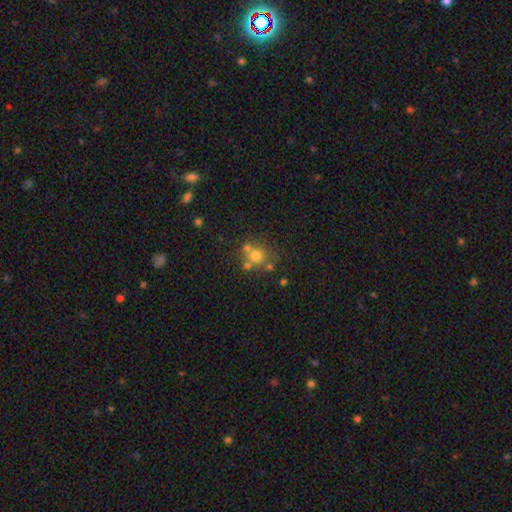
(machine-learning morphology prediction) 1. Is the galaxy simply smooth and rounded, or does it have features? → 66% smooth, 17% featured or disk, 17% star or artifact.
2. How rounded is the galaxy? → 85% round, 14% in between, 1% cigar-shaped.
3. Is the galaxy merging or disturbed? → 56% none, 28% merger, 11% minor disturbance, 5% major disturbance.